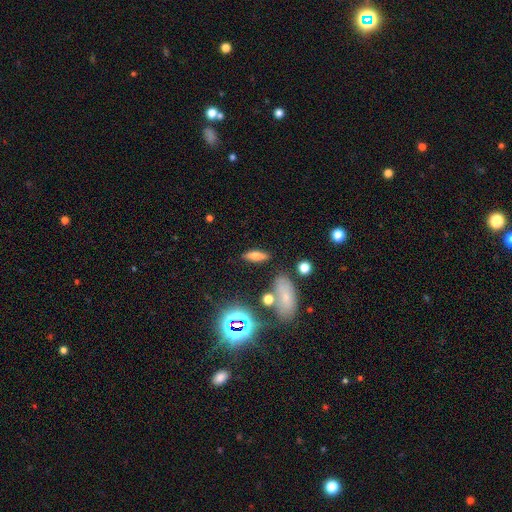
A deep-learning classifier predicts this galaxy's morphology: A smooth galaxy with no disk features (63%) that is in between round and cigar-shaped (50%).

Vote fractions:
- Smooth or featured? smooth: 63% / featured or disk: 22% / star or artifact: 15%
- How rounded? in between: 50% / cigar-shaped: 45% / round: 5%
- Merging? none: 82% / minor disturbance: 10% / merger: 5% / major disturbance: 4%